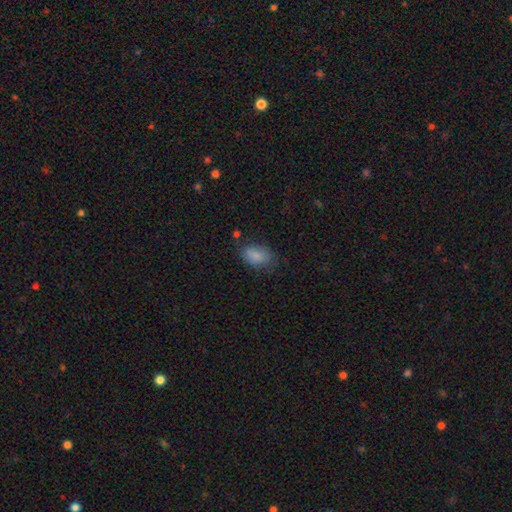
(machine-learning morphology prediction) smooth-or-featured: smooth: 85% | star or artifact: 9% | featured or disk: 6%
  how-rounded: in between: 87% | round: 12% | cigar-shaped: 1%
  merging: none: 65% | minor disturbance: 25% | major disturbance: 7% | merger: 3%